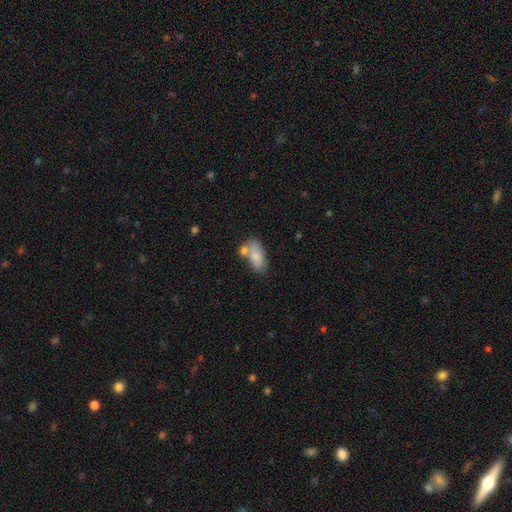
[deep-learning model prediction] smooth 81%, featured or disk 12%, star or artifact 7%. Down the decision tree: how rounded — in between (90%); merging — none (47%).